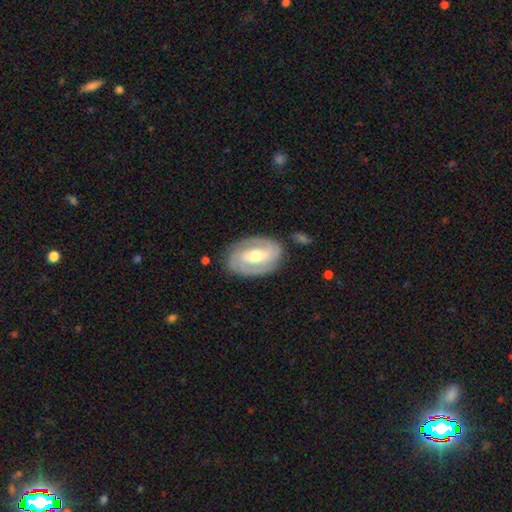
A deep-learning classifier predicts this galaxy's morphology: This is likely a featured or disk galaxy (79%). It is clearly not viewed edge-on (96%). Bar: marginally weak (41%). Spiral arm pattern: clearly yes (86%). Spiral arm count: likely 2 (80%). Spiral winding: possibly tight (51%). Central bulge: likely moderate (66%). Merging: clearly none (82%).